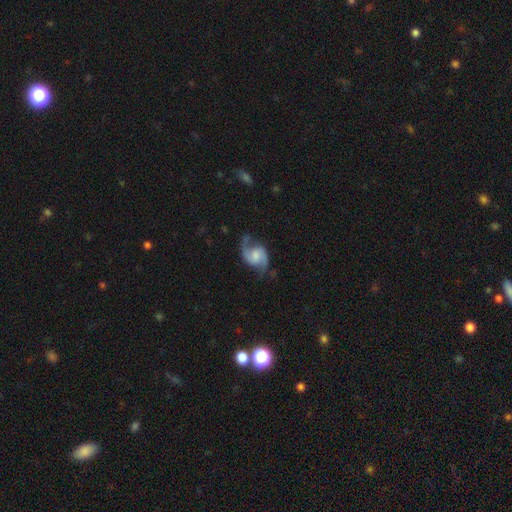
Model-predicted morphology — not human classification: featured or disk 85%, smooth 9%, star or artifact 6%. Down the decision tree: edge-on disk — no (98%); bar — no (53%); spiral arms — yes (97%); spiral arm count — 2 (92%); spiral winding — loose (49%); bulge size — moderate (36%); merging — none (71%).